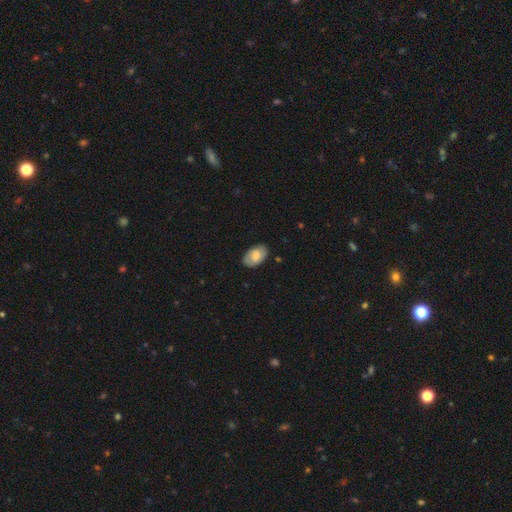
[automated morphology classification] The model was most divided on "smooth or featured": smooth: 67%, featured or disk: 26%, star or artifact: 7%. More confident: how rounded — in between (93%); merging — none (83%).